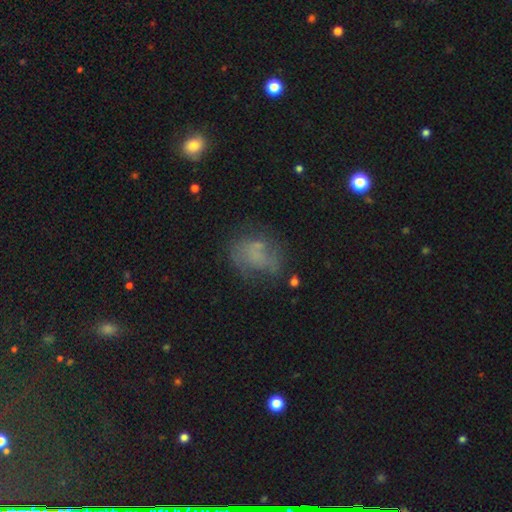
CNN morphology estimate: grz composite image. It shows a smooth galaxy with no disk features (47%). Merging: none (52%).